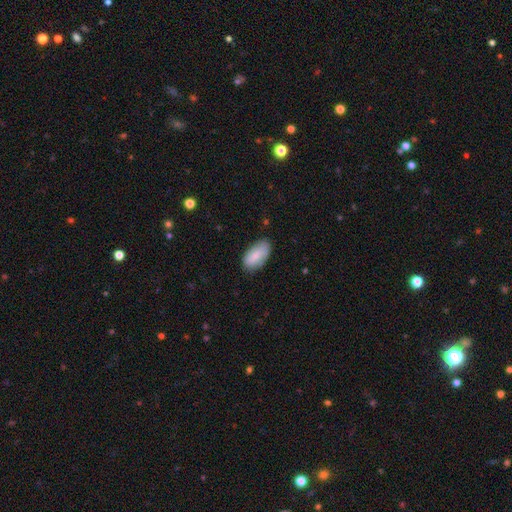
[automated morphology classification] A smooth galaxy with no disk features (74%) that is in between round and cigar-shaped (93%).

Vote fractions:
- Smooth or featured? smooth: 74% / featured or disk: 20% / star or artifact: 6%
- How rounded? in between: 93% / cigar-shaped: 4% / round: 3%
- Merging? none: 78% / minor disturbance: 17% / major disturbance: 3% / merger: 1%